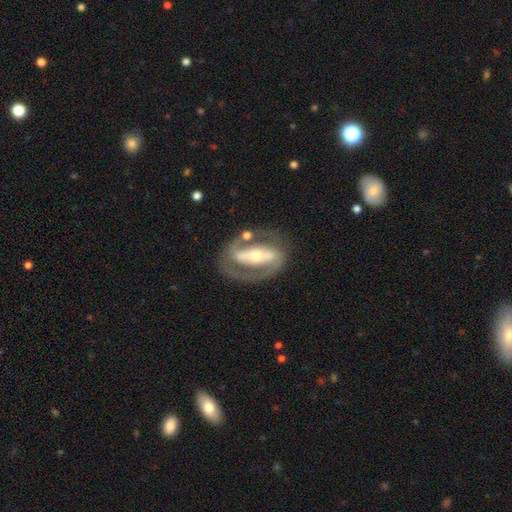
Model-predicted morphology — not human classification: Smooth or featured: featured or disk — 83% (smooth — 12%)
Edge-on disk: no — 90% (yes — 10%)
Bar: strong — 71% (weak — 15%)
Spiral arms: yes — 75% (no — 25%)
Spiral winding: tight — 45% (medium — 41%)
Spiral arm count: 2 — 80% (1 — 9%)
Bulge size: moderate — 56% (small — 33%)
Merging: none — 72% (minor disturbance — 14%)